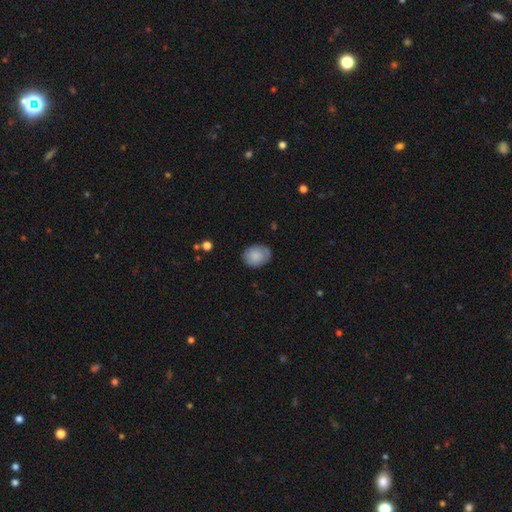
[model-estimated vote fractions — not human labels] smooth 79%, featured or disk 14%, star or artifact 7%. Down the decision tree: how rounded — in between (54%); merging — none (77%).